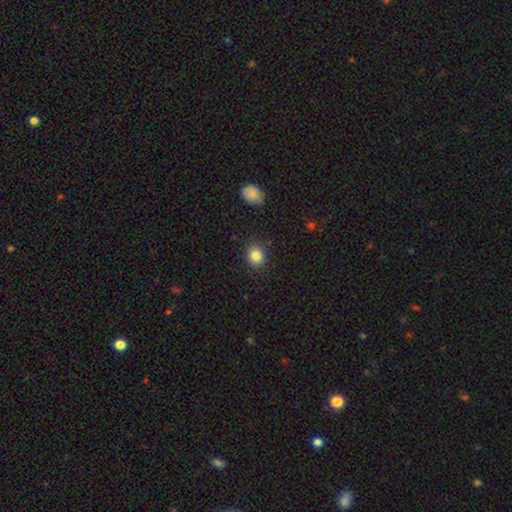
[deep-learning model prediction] Smooth or featured? Predicted: smooth (p=0.85). How rounded? Predicted: round (p=0.68). Merging? Predicted: none (p=0.87).